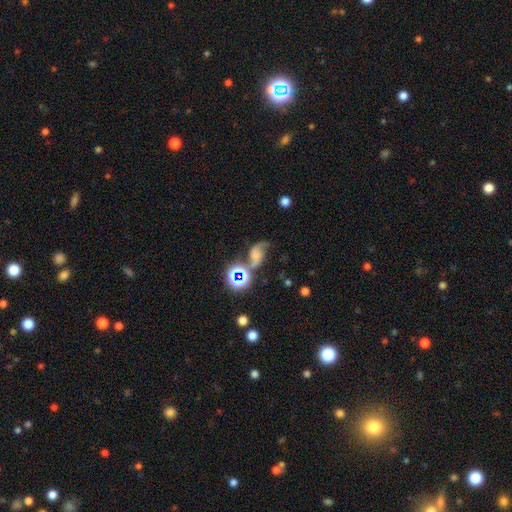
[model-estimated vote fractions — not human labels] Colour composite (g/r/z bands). It shows a featured or disk galaxy (54%) with no bar (62%), spiral arms (88%) and no central bulge (39%). Merging: none (42%).